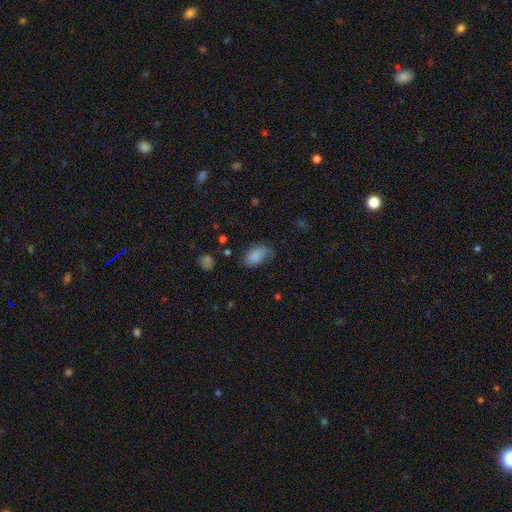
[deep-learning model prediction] This appears to be a smooth galaxy with no disk features (83%) that is in between round and cigar-shaped (90%). Merging: none (58%).